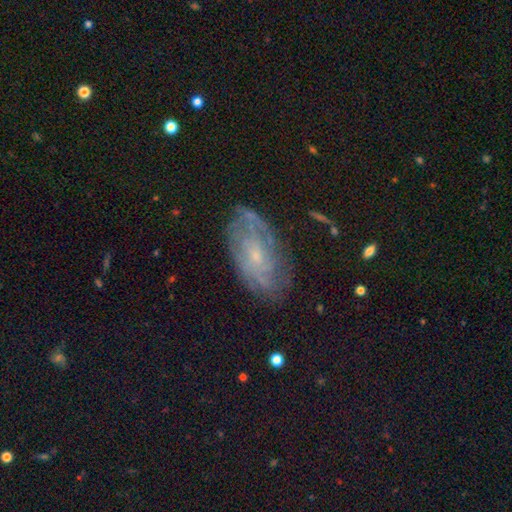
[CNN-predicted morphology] featured or disk 70%, smooth 20%, star or artifact 10%. Down the decision tree: edge-on disk — no (93%); bar — no (71%); spiral arms — yes (82%); spiral arm count — can't tell (56%); spiral winding — tight (58%); bulge size — small (69%); merging — none (75%).